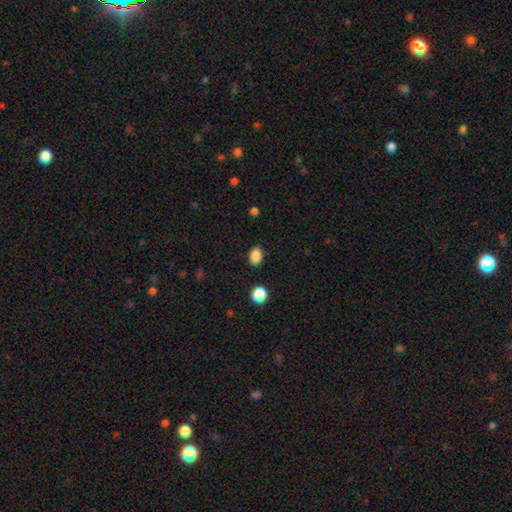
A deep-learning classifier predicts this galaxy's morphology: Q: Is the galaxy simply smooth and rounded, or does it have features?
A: smooth — 87%.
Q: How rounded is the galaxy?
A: in between — 77%.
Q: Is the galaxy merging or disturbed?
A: none — 87%.